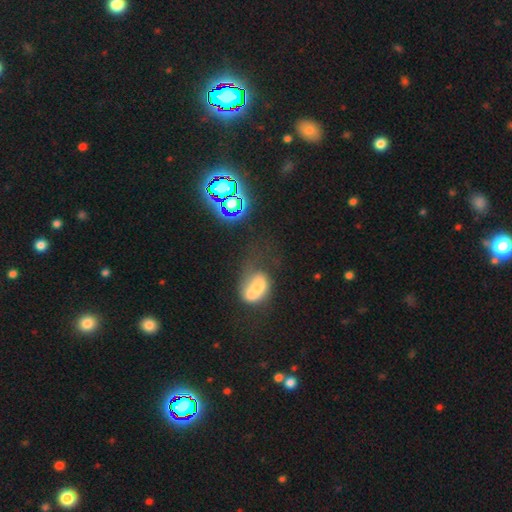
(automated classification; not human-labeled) This is marginally a smooth galaxy (36%). Merging: marginally none (31%).